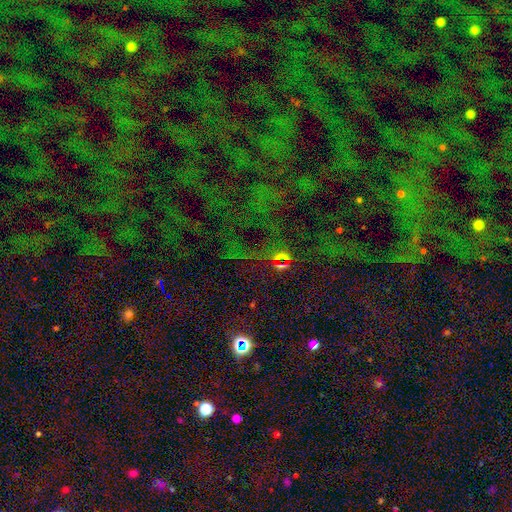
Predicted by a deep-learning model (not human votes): smooth-or-featured: star or artifact: 80% | smooth: 12% | featured or disk: 8%